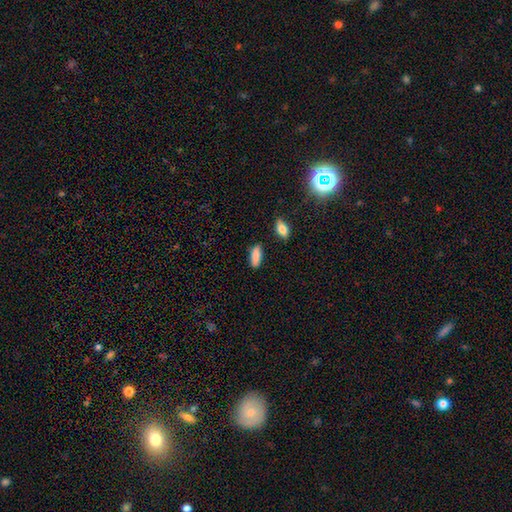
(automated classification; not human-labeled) smooth_or_featured: smooth (p=0.87) [alt: featured or disk p=0.07]
how_rounded: in between (p=0.67) [alt: cigar-shaped p=0.31]
merging: none (p=0.82) [alt: minor disturbance p=0.12]